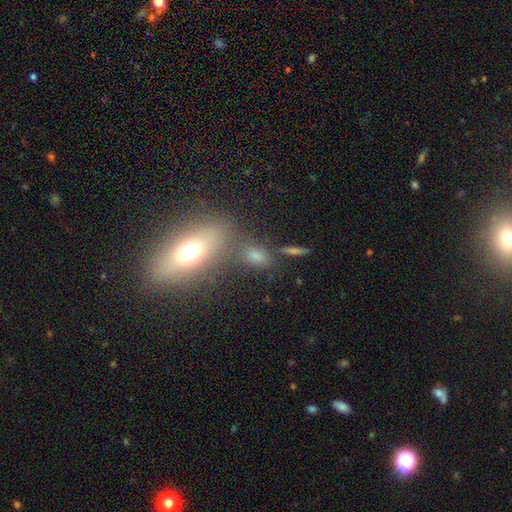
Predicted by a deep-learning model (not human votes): Overall: smooth (65%). How rounded: in between (68%). Merging: none (65%).